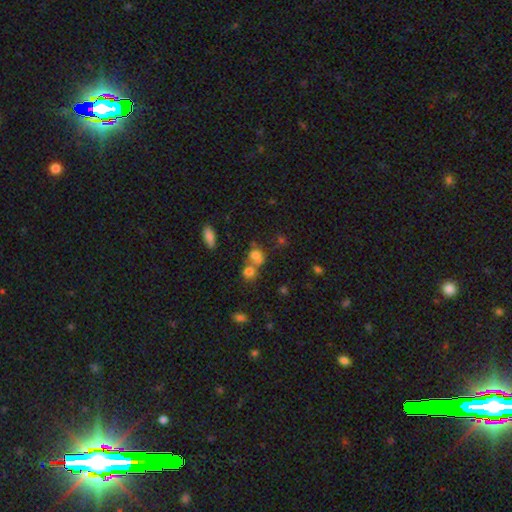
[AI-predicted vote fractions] Smooth or featured?
  - smooth: 67% *
  - star or artifact: 18%
  - featured or disk: 15%
How rounded?
  - round: 62% *
  - in between: 36%
  - cigar-shaped: 2%
Merging?
  - merger: 50% *
  - none: 35%
  - minor disturbance: 9%
  - major disturbance: 5%